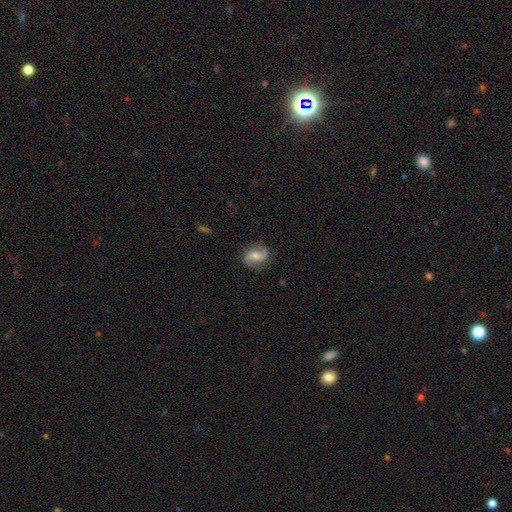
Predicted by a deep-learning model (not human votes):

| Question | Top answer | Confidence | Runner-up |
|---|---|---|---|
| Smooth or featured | featured or disk | 81% | smooth (13%) |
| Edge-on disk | no | 98% | yes (2%) |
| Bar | no | 47% | weak (40%) |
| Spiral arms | yes | 96% | no (4%) |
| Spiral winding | medium | 45% | loose (39%) |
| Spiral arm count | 2 | 93% | can't tell (2%) |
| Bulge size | moderate | 53% | small (38%) |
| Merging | none | 84% | minor disturbance (11%) |